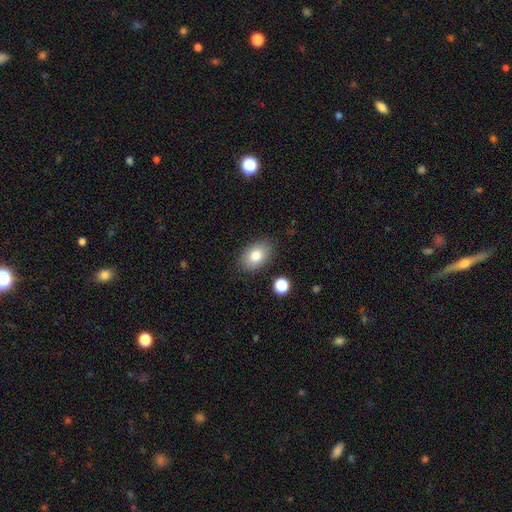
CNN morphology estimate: The model was most divided on "how rounded": in between: 83%, round: 15%, cigar-shaped: 1%. More confident: merging — none (84%); smooth or featured — smooth (81%).